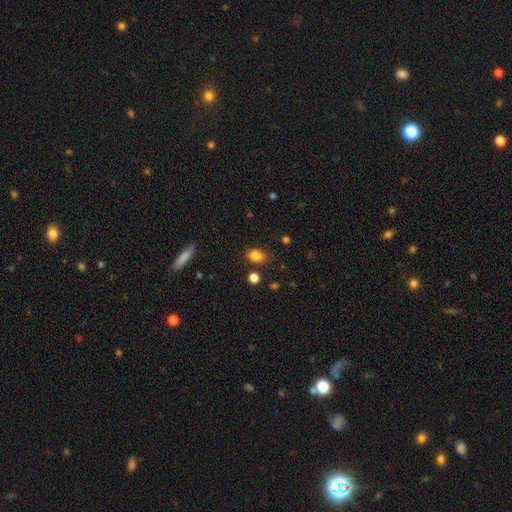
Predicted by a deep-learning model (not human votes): smooth_or_featured: smooth (p=0.83) [alt: star or artifact p=0.11]
how_rounded: in between (p=0.69) [alt: round p=0.29]
merging: none (p=0.75) [alt: minor disturbance p=0.17]